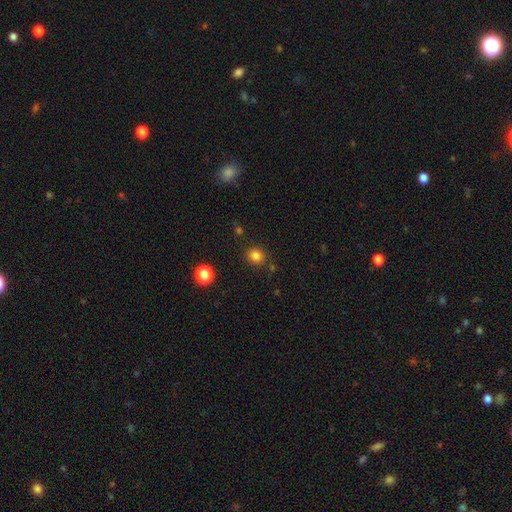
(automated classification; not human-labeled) smooth-or-featured: smooth: 82% | star or artifact: 13% | featured or disk: 5%
  how-rounded: round: 81% | in between: 18% | cigar-shaped: 1%
  merging: none: 84% | minor disturbance: 9% | merger: 4% | major disturbance: 3%